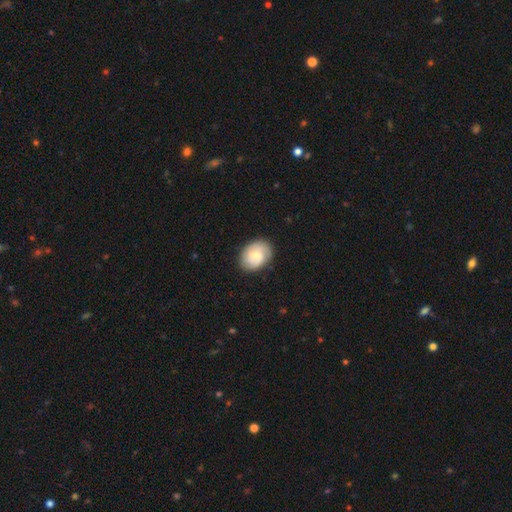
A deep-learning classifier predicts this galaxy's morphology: Smooth or featured?
  - featured or disk: 54% *
  - smooth: 40%
  - star or artifact: 6%
Edge-on disk?
  - no: 97% *
  - yes: 3%
Bar?
  - no: 51% *
  - weak: 43%
  - strong: 6%
Spiral arms?
  - yes: 88% *
  - no: 12%
Bulge size?
  - moderate: 45% *
  - small: 44%
  - none: 5%
  - large: 5%
  - dominant: 1%
Merging?
  - none: 80% *
  - minor disturbance: 15%
  - major disturbance: 4%
  - merger: 1%